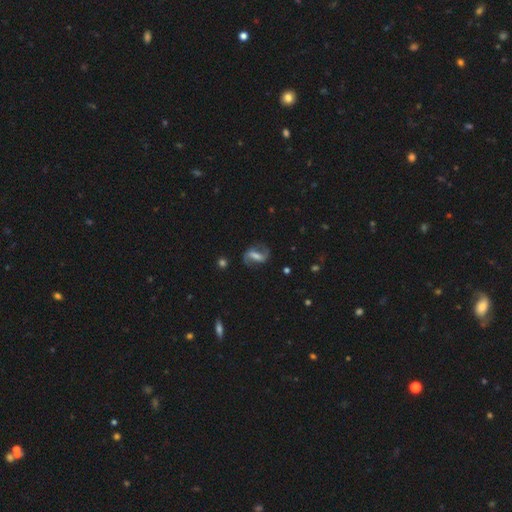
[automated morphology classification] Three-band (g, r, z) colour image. It shows a featured or disk galaxy (79%) with a strong bar (57%), 2 (91%) loose (46%) spiral arms (92%) and a moderate central bulge (37%). Merging: none (77%).